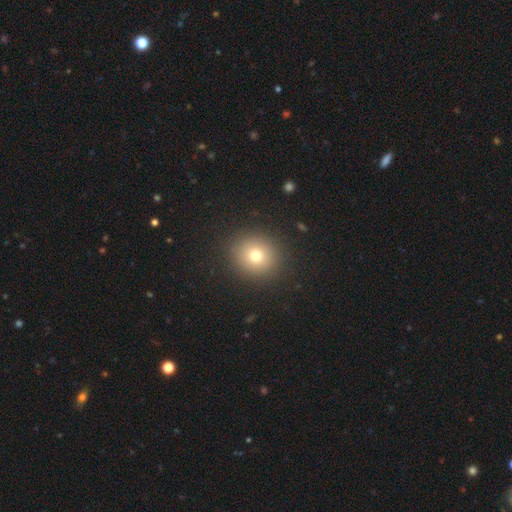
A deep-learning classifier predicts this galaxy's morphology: Smooth or featured: smooth — 74% (star or artifact — 15%)
How rounded: round — 89% (in between — 10%)
Merging: none — 91% (minor disturbance — 6%)